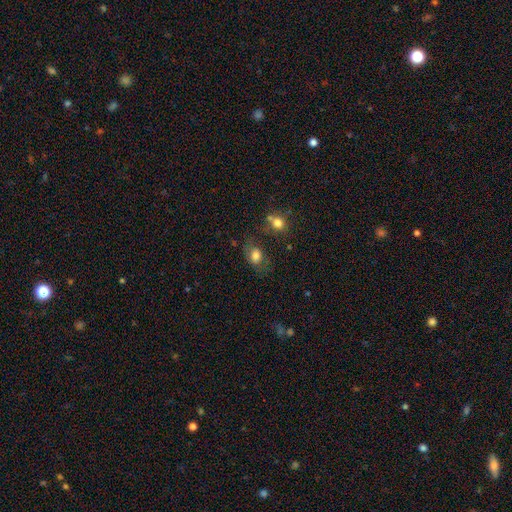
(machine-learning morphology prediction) A smooth galaxy with no disk features (76%) that is in between round and cigar-shaped (70%).

Vote fractions:
- Smooth or featured? smooth: 76% / featured or disk: 13% / star or artifact: 11%
- How rounded? in between: 70% / round: 29% / cigar-shaped: 1%
- Merging? none: 59% / minor disturbance: 22% / major disturbance: 11% / merger: 8%